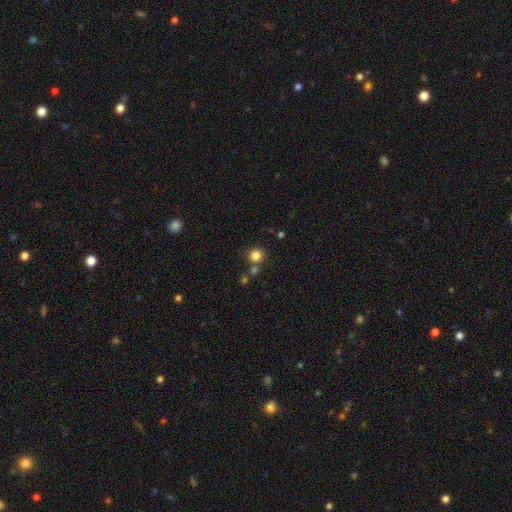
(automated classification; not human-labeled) Smooth or featured? smooth (82%)
How rounded? round (91%)
Merging? none (73%)